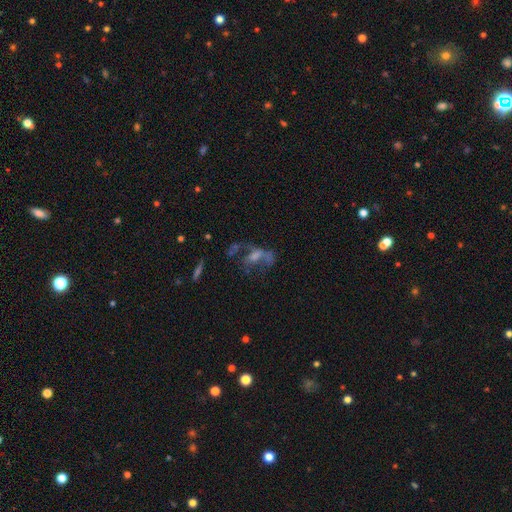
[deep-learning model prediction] smooth-or-featured: featured or disk: 56% | star or artifact: 23% | smooth: 21%
  disk-edge-on: no: 90% | yes: 10%
    bar: no: 64% | weak: 26% | strong: 10%
    has-spiral-arms: no: 63% | yes: 37%
    bulge-size: none: 32% | small: 31% | moderate: 29% | large: 6% | dominant: 2%
  merging: major disturbance: 38% | none: 34% | minor disturbance: 15% | merger: 13%